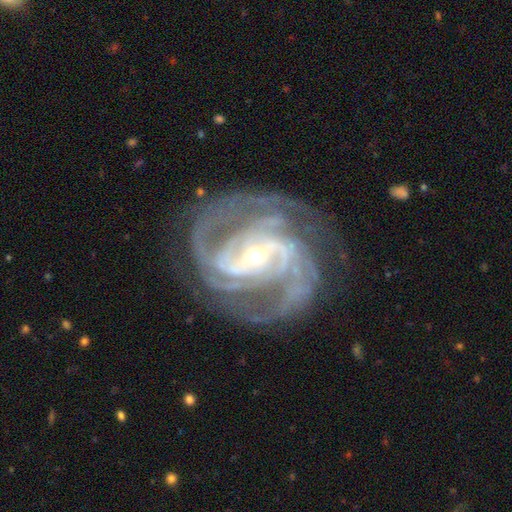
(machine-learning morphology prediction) Smooth or featured: featured or disk — 93% (star or artifact — 5%)
Edge-on disk: no — 98% (yes — 2%)
Bar: strong — 42% (weak — 38%)
Spiral arms: yes — 98% (no — 2%)
Spiral winding: tight — 48% (medium — 44%)
Spiral arm count: 2 — 34% (3 — 27%)
Bulge size: small — 69% (moderate — 28%)
Merging: none — 74% (minor disturbance — 16%)